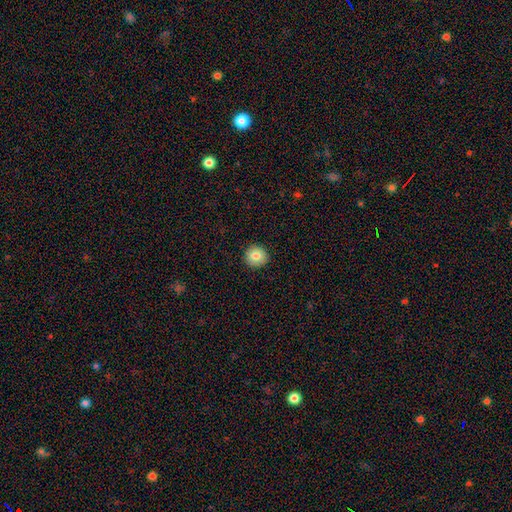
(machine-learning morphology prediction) smooth 81%, featured or disk 11%, star or artifact 8%. Down the decision tree: how rounded — round (92%); merging — none (91%).